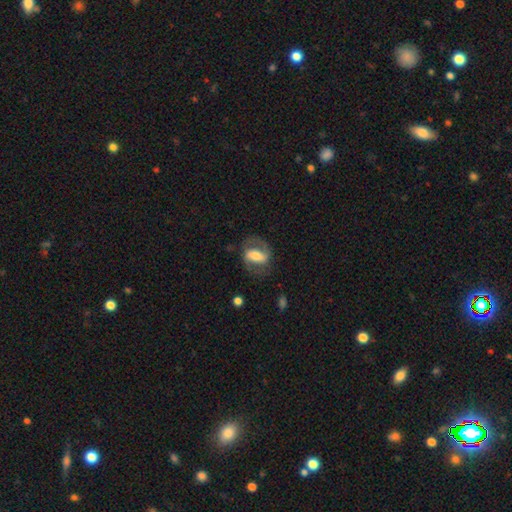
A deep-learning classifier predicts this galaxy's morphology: Smooth or featured: featured or disk — 65% (smooth — 28%)
Edge-on disk: no — 94% (yes — 6%)
Bar: strong — 49% (weak — 31%)
Spiral arms: yes — 80% (no — 20%)
Bulge size: moderate — 54% (large — 22%)
Merging: none — 68% (minor disturbance — 17%)